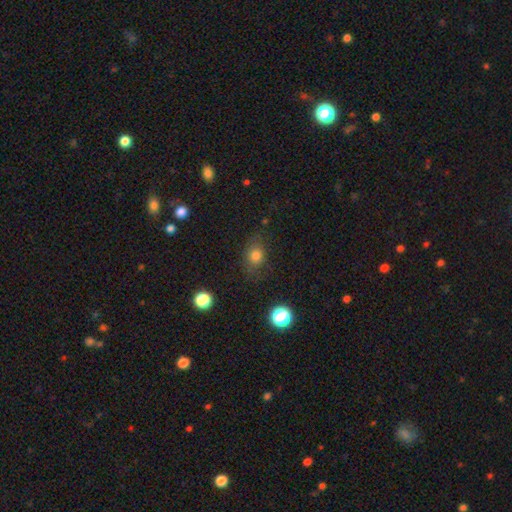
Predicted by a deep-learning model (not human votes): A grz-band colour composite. It shows a smooth galaxy with no disk features (77%) that is round (50%). Merging: none (74%).